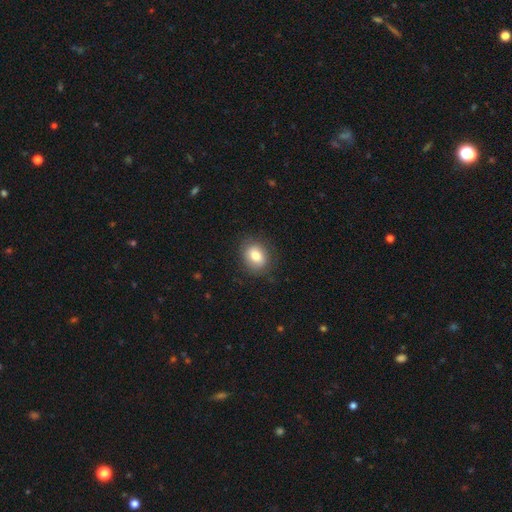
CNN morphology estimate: This appears to be a smooth galaxy with no disk features (81%) that is in between round and cigar-shaped (57%). Merging: none (83%).